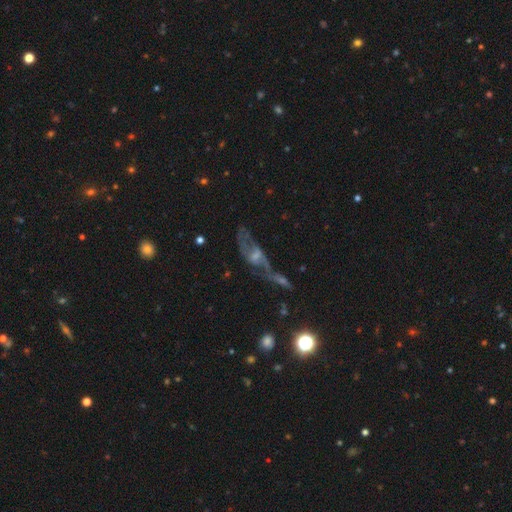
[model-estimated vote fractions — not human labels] smooth_or_featured: featured or disk (p=0.56) [alt: star or artifact p=0.25]
disk_edge_on: no (p=0.67) [alt: yes p=0.33]
merging: none (p=0.35) [alt: major disturbance p=0.29]